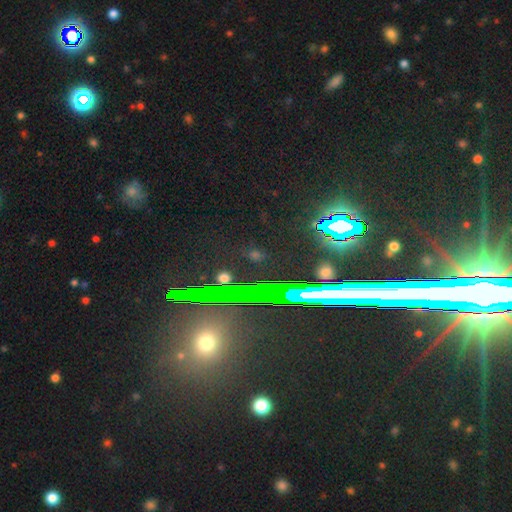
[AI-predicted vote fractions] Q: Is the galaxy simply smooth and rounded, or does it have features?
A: star or artifact — 70%.